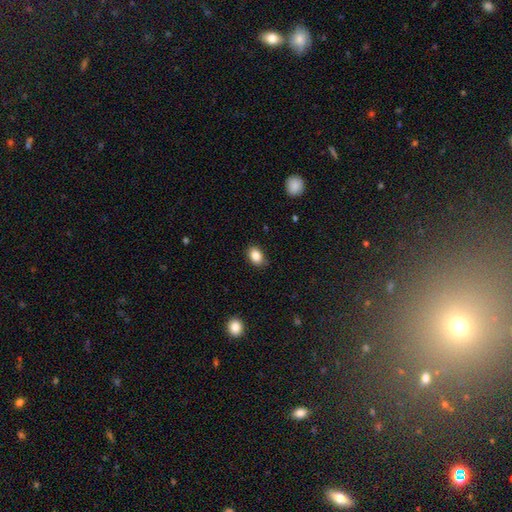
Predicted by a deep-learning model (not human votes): The model was most divided on "how rounded": in between: 78%, round: 21%, cigar-shaped: 1%. More confident: smooth or featured — smooth (86%); merging — none (84%).